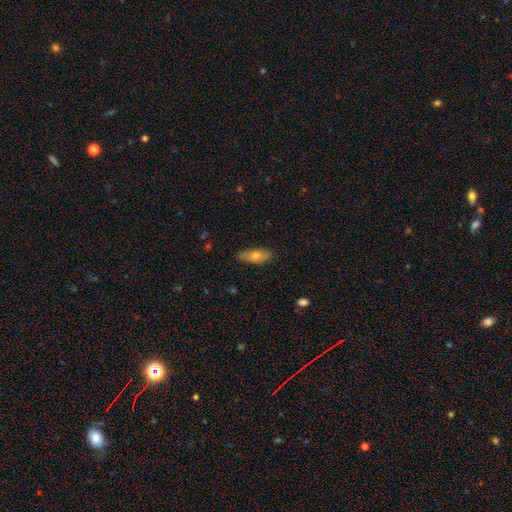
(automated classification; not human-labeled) Morphology: type=smooth (66%); roundness=in between (71%); merging=none (84%).